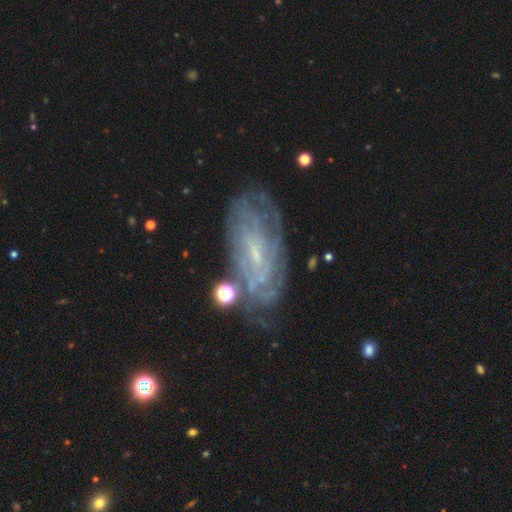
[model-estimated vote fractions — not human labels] smooth-or-featured: featured or disk: 81% | smooth: 11% | star or artifact: 8%
  disk-edge-on: no: 93% | yes: 7%
    bar: no: 45% | weak: 42% | strong: 13%
    has-spiral-arms: yes: 91% | no: 9%
      spiral-winding: tight: 73% | medium: 22% | loose: 6%
      spiral-arm-count: can't tell: 51% | 4: 13% | 2: 11% | 3: 10% | more than 4: 9% | 1: 5%
    bulge-size: small: 79% | moderate: 12% | none: 7% | large: 1% | dominant: 1%
  merging: none: 70% | minor disturbance: 19% | major disturbance: 7% | merger: 4%